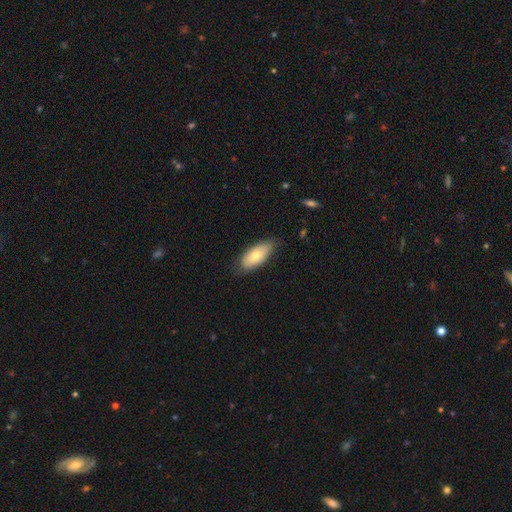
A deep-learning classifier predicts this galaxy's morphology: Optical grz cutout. It shows a smooth galaxy with no disk features (70%) that is in between round and cigar-shaped (87%). Merging: none (75%).